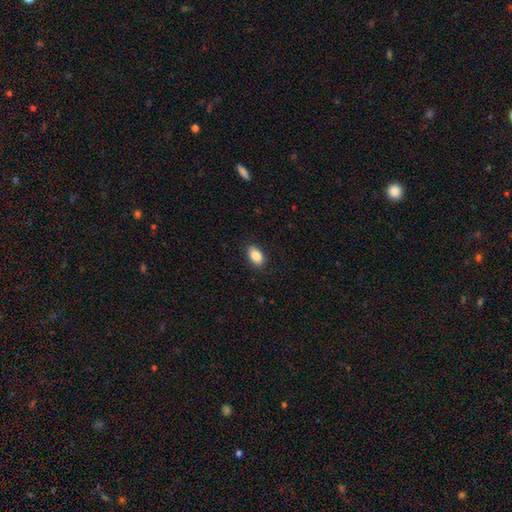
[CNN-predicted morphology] Smooth or featured? Predicted: smooth (p=0.88). How rounded? Predicted: in between (p=0.92). Merging? Predicted: none (p=0.88).